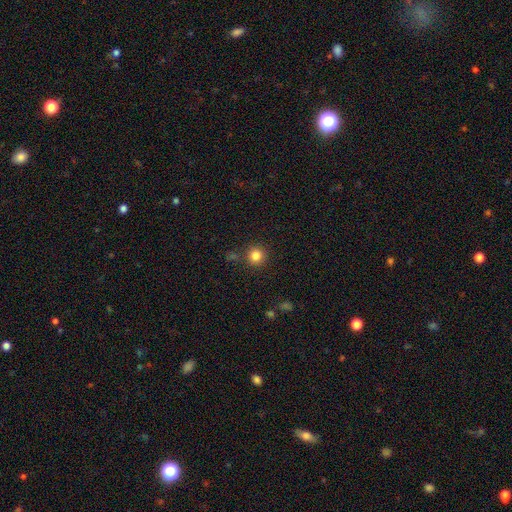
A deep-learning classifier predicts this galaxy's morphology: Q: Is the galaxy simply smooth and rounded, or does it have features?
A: smooth — 83%.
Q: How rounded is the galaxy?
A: round — 94%.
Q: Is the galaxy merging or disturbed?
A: none — 86%.